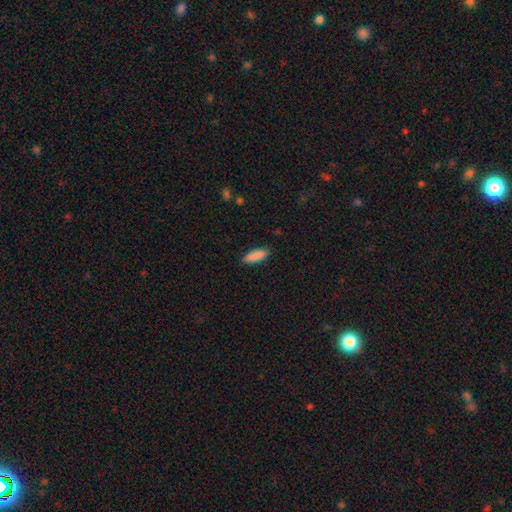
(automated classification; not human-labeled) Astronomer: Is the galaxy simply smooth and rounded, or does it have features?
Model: smooth — 89%.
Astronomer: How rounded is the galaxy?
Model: in between — 58% (runner-up: cigar-shaped, 40%).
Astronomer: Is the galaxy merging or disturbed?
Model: none — 88%.